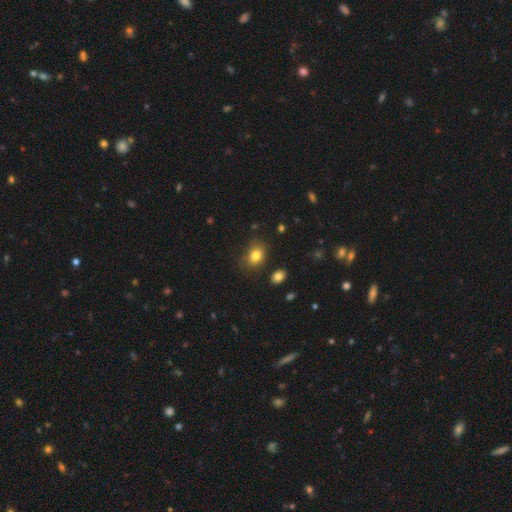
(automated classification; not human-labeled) Morphology: type=smooth (80%); roundness=in between (66%); merging=none (71%).